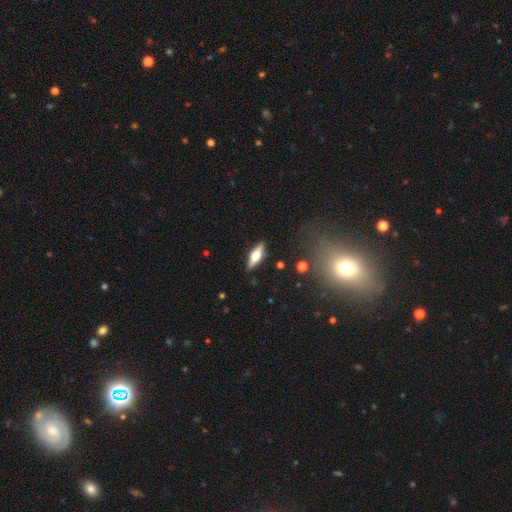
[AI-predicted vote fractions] This is possibly a featured or disk galaxy (55%). It is clearly viewed edge-on (92%). Edge-on bulge: clearly rounded (94%). Merging: clearly none (88%).